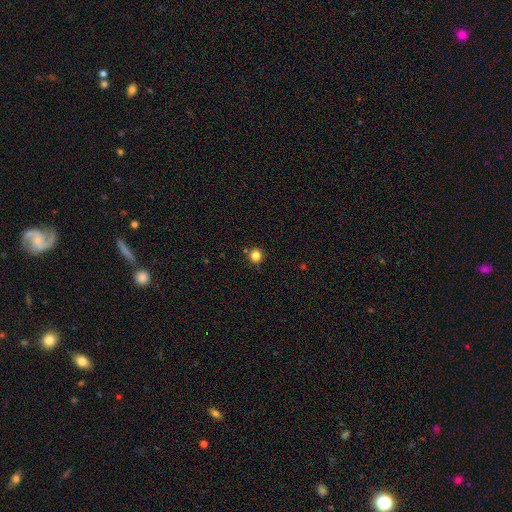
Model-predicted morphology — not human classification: This is clearly a smooth galaxy (82%). How rounded: clearly round (91%). Merging: clearly none (87%).